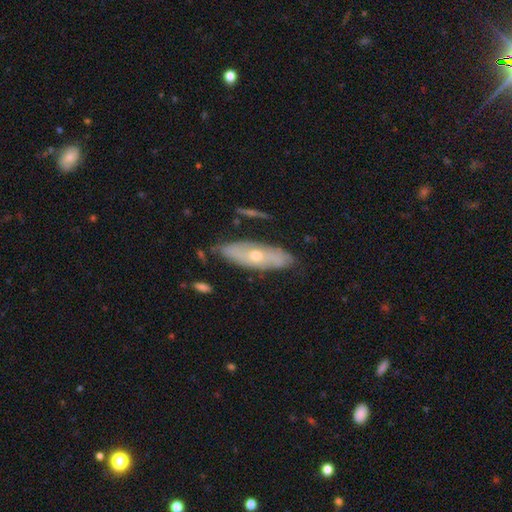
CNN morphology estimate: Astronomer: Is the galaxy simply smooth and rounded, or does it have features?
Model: featured or disk — 59%.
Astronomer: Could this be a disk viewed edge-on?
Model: no — 67%.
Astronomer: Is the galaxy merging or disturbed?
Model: none — 75%.